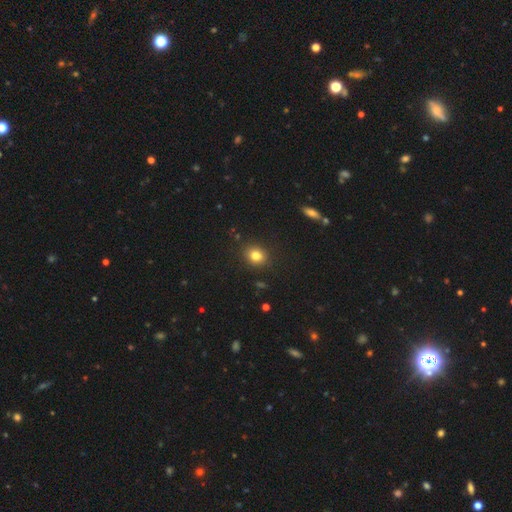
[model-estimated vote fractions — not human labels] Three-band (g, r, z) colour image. It shows a smooth galaxy with no disk features (81%) that is round (62%). Merging: none (88%).